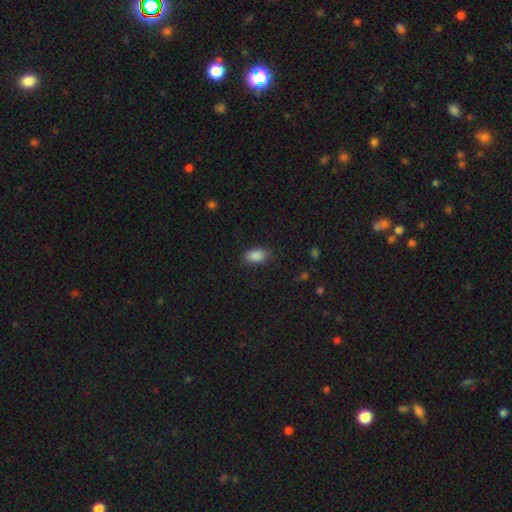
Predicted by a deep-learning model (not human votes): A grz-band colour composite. It shows a smooth galaxy with no disk features (88%) that is in between round and cigar-shaped (92%). Merging: none (83%).